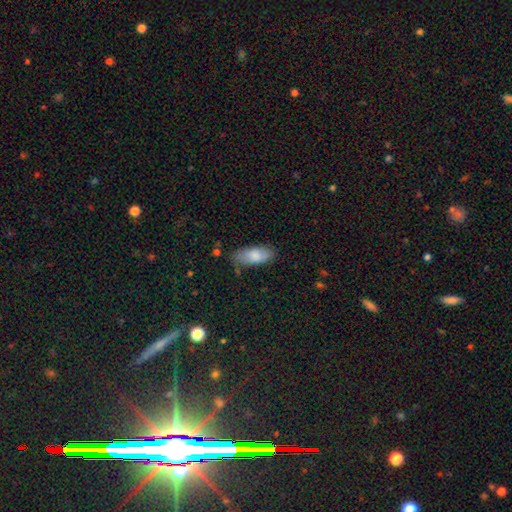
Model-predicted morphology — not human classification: Smooth or featured?
  - smooth: 83% *
  - featured or disk: 11%
  - star or artifact: 6%
How rounded?
  - in between: 82% *
  - cigar-shaped: 16%
  - round: 2%
Merging?
  - none: 75% *
  - minor disturbance: 18%
  - major disturbance: 4%
  - merger: 2%